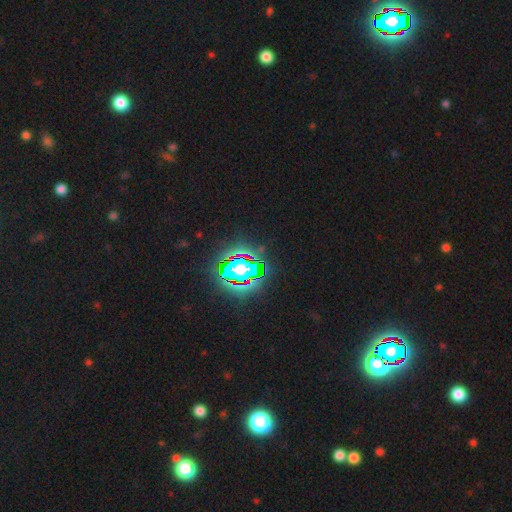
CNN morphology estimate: type=star or artifact (81%).